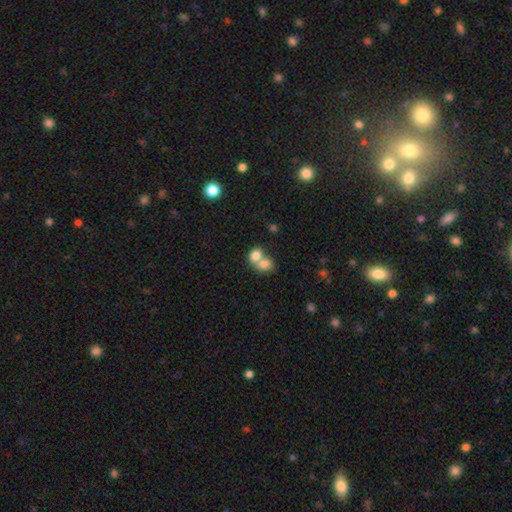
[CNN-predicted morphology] Smooth or featured? Predicted: smooth (p=0.78). How rounded? Predicted: in between (p=0.56). Merging? Predicted: merger (p=0.70).